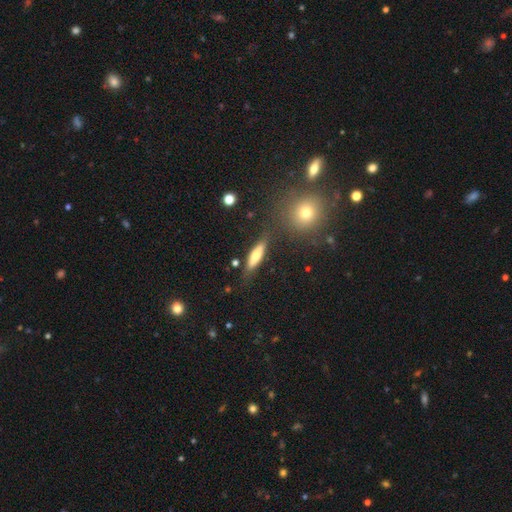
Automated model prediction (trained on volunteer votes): Smooth or featured? smooth (63%)
How rounded? cigar-shaped (62%)
Merging? none (77%)